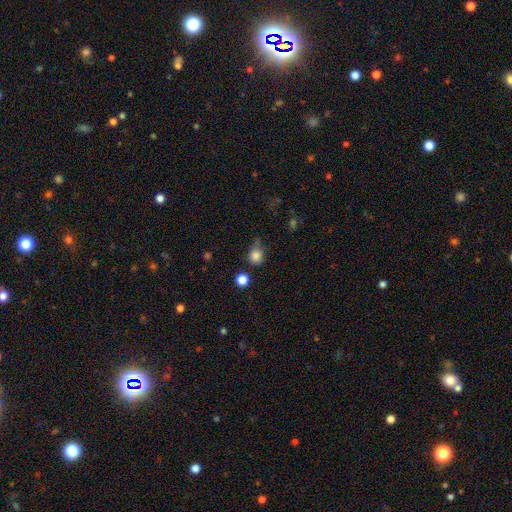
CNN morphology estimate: type=smooth (83%); roundness=round (84%); merging=none (58%).